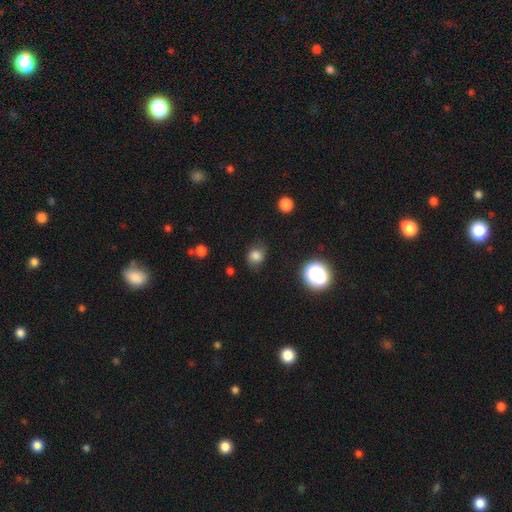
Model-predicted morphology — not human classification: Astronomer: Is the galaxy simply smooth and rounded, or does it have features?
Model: smooth — 78%.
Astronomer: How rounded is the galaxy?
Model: round — 69%.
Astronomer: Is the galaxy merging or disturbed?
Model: none — 74%.